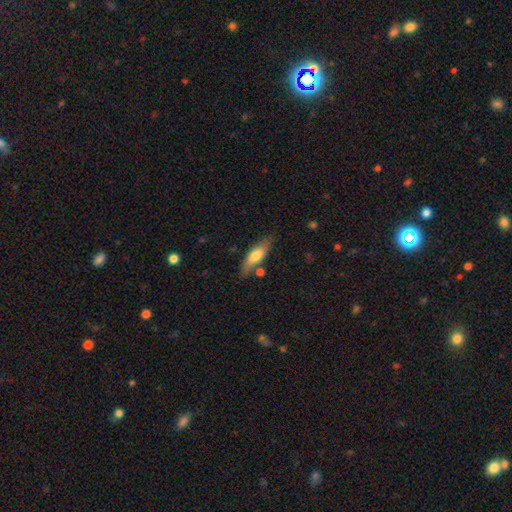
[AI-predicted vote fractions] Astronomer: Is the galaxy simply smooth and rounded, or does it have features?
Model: smooth — 63%.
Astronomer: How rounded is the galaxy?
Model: in between — 52% (runner-up: cigar-shaped, 45%).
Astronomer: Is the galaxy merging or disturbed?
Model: none — 71%.